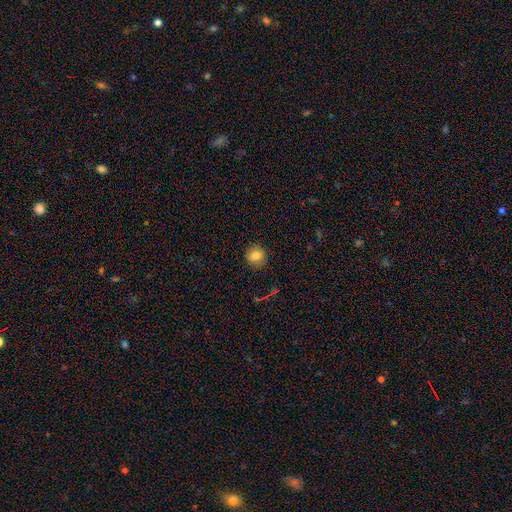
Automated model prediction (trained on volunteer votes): smooth_or_featured: smooth (p=0.79) [alt: star or artifact p=0.11]
how_rounded: round (p=0.88) [alt: in between p=0.11]
merging: none (p=0.89) [alt: minor disturbance p=0.08]